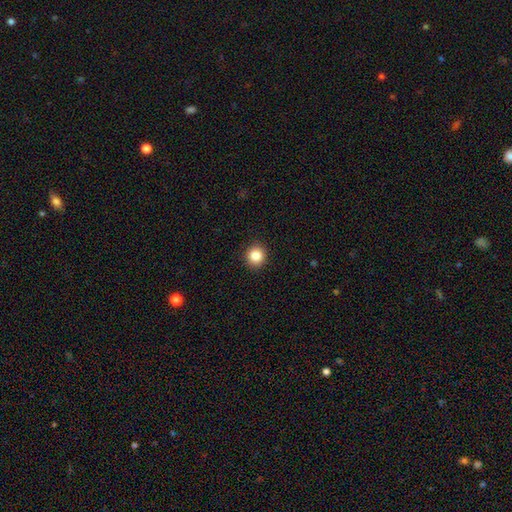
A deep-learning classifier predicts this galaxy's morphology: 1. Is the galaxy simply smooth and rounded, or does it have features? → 86% smooth, 10% star or artifact, 4% featured or disk.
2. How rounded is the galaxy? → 89% round, 11% in between, 1% cigar-shaped.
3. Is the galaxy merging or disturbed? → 92% none, 6% minor disturbance, 2% major disturbance, 1% merger.